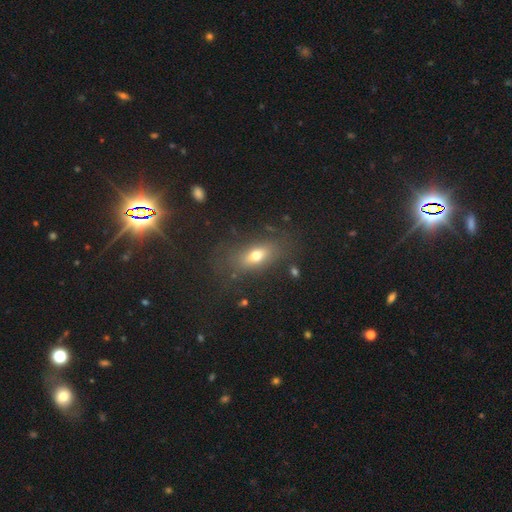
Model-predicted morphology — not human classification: Smooth or featured? smooth (65%)
How rounded? in between (75%)
Merging? none (73%)